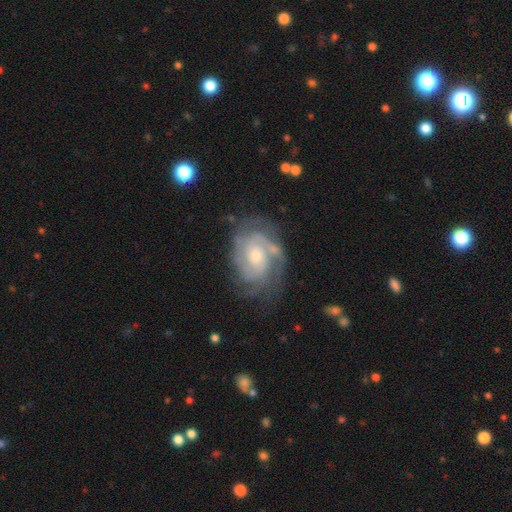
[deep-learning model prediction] featured or disk 87%, smooth 7%, star or artifact 5%. Down the decision tree: edge-on disk — no (97%); bar — no (66%); spiral arms — yes (97%); spiral arm count — 2 (34%); spiral winding — tight (64%); bulge size — small (55%); merging — none (69%).